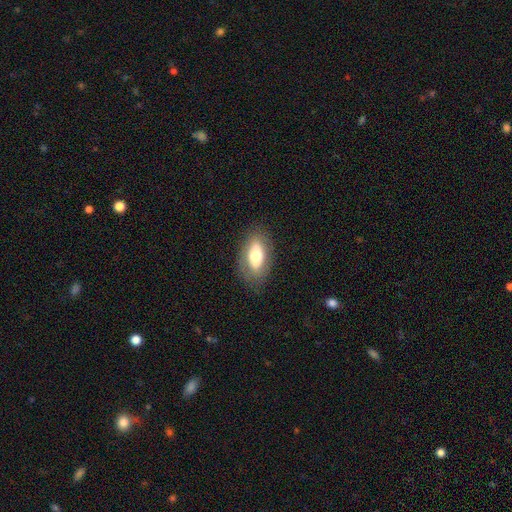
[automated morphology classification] Q: Smooth or featured?
A: smooth (66%); runner-up: featured or disk (27%)
Q: How rounded?
A: in between (90%); runner-up: cigar-shaped (5%)
Q: Merging?
A: none (81%); runner-up: minor disturbance (13%)